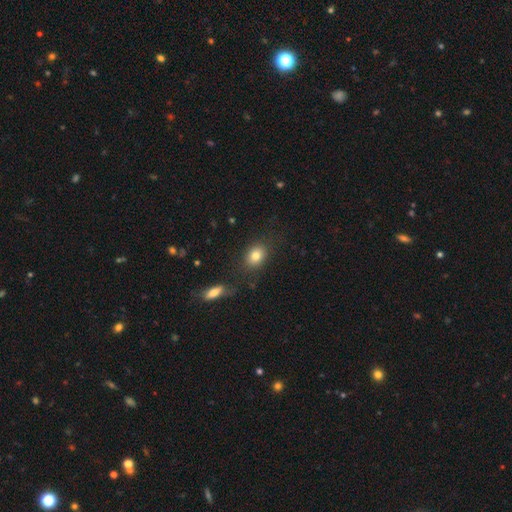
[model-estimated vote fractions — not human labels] Smooth or featured?
  - smooth: 81% *
  - featured or disk: 10%
  - star or artifact: 10%
How rounded?
  - in between: 60% *
  - round: 39%
  - cigar-shaped: 2%
Merging?
  - none: 77% *
  - minor disturbance: 12%
  - merger: 5%
  - major disturbance: 5%